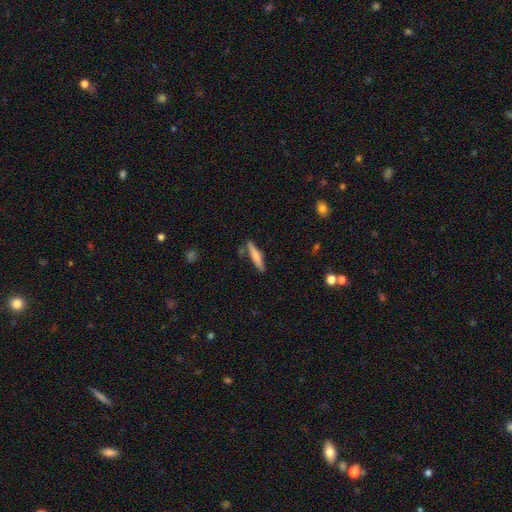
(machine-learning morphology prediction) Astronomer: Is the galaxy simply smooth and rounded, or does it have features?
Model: smooth — 61%.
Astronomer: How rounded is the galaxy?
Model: cigar-shaped — 88%.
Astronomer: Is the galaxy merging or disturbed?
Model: none — 79%.